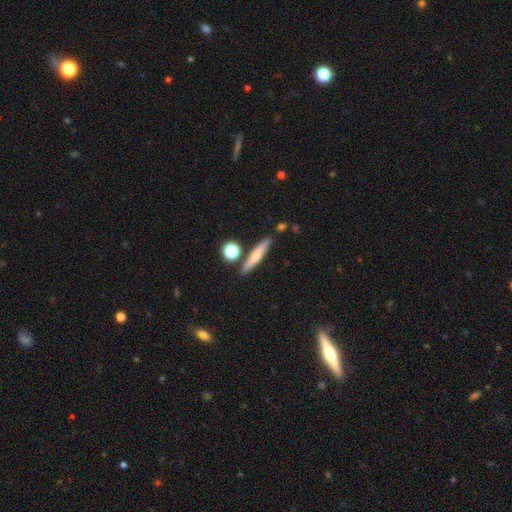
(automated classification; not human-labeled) Smooth or featured? Predicted: smooth (p=0.58). How rounded? Predicted: cigar-shaped (p=0.85). Merging? Predicted: none (p=0.81).